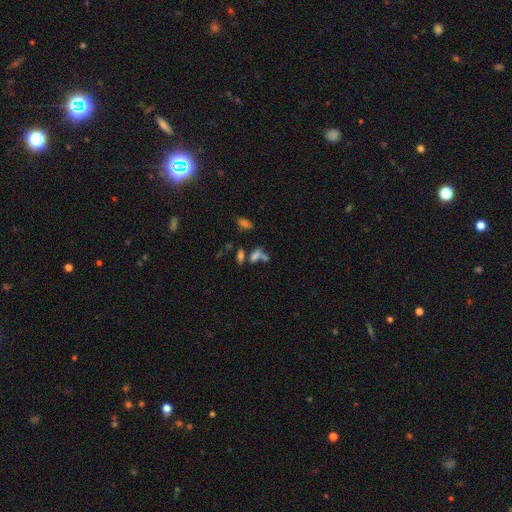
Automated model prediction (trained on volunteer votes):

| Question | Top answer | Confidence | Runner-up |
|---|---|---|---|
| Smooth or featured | smooth | 65% | star or artifact (19%) |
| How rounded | in between | 68% | cigar-shaped (23%) |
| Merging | merger | 42% | none (38%) |